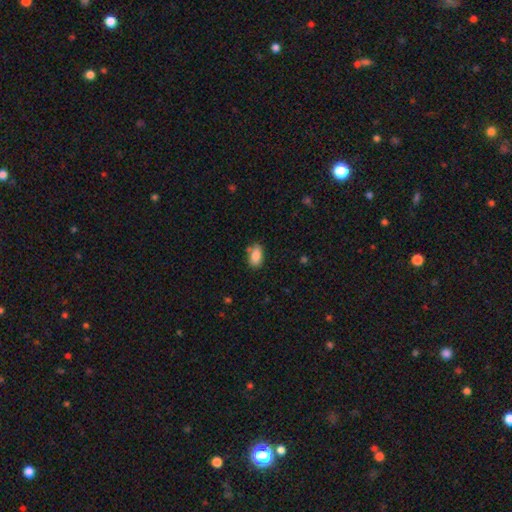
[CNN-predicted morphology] smooth_or_featured: smooth (p=0.85) [alt: star or artifact p=0.08]
how_rounded: in between (p=0.90) [alt: round p=0.06]
merging: none (p=0.71) [alt: minor disturbance p=0.20]